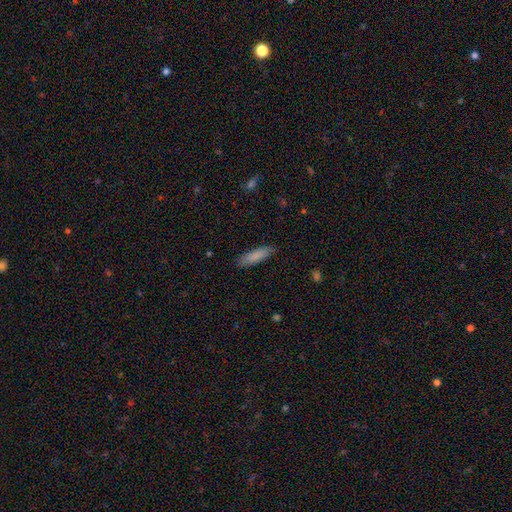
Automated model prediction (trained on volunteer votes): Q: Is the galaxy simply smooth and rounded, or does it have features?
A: smooth — 84%.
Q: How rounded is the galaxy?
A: cigar-shaped — 68%.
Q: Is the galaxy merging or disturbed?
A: none — 87%.